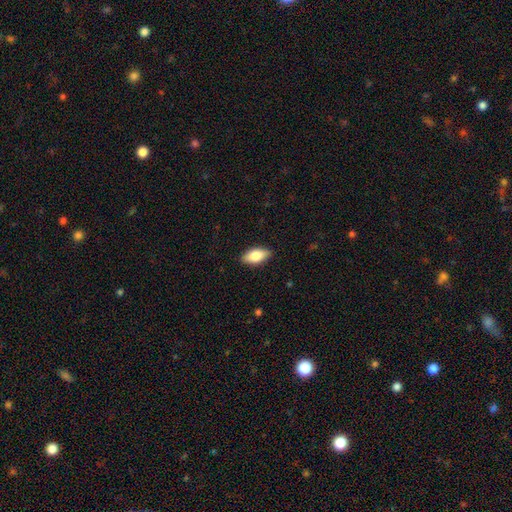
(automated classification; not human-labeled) smooth 79%, featured or disk 15%, star or artifact 6%. Down the decision tree: how rounded — in between (89%); merging — none (88%).